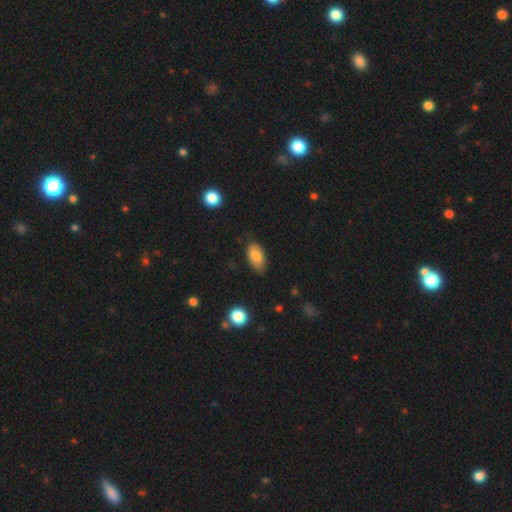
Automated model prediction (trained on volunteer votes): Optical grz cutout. It shows a smooth galaxy with no disk features (79%) that is in between round and cigar-shaped (93%). Merging: none (74%).